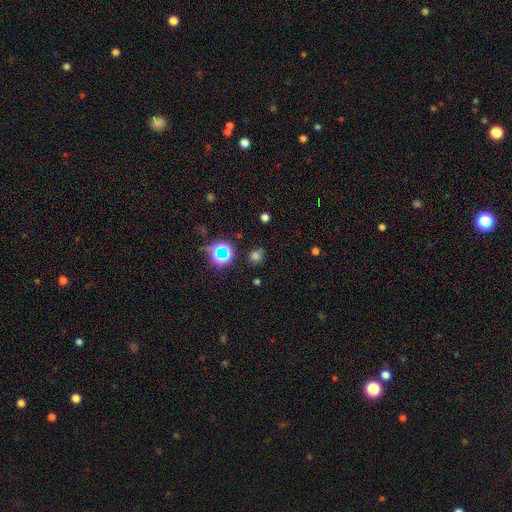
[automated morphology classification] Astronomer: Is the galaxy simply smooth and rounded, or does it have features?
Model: smooth — 62%.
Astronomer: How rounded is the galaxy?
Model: round — 85%.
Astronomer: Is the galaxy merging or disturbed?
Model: none — 79%.